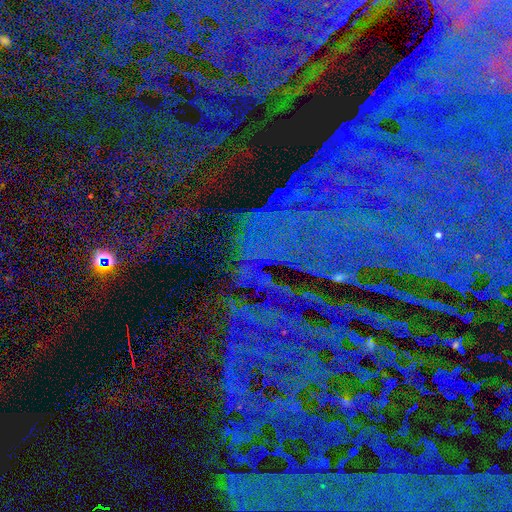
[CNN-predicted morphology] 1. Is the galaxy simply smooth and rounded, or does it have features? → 85% star or artifact, 8% featured or disk, 7% smooth.